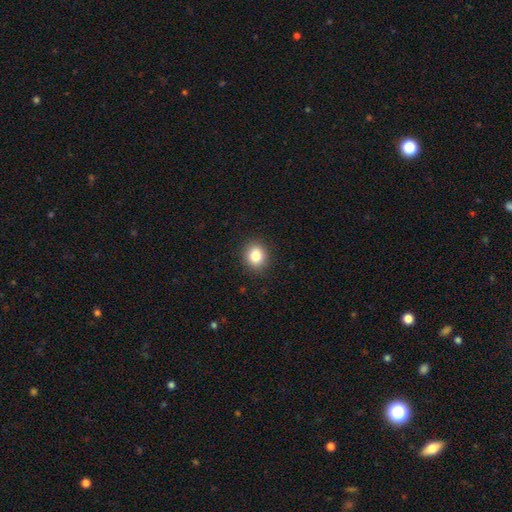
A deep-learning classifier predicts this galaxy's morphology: smooth 84%, star or artifact 10%, featured or disk 6%. Down the decision tree: how rounded — round (76%); merging — none (90%).